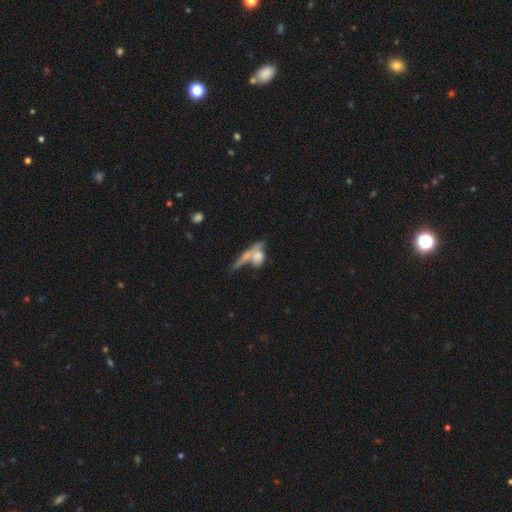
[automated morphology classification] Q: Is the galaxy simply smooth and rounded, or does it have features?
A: smooth — 60%.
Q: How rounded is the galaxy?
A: in between — 48%.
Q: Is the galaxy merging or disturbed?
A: merger — 48%.